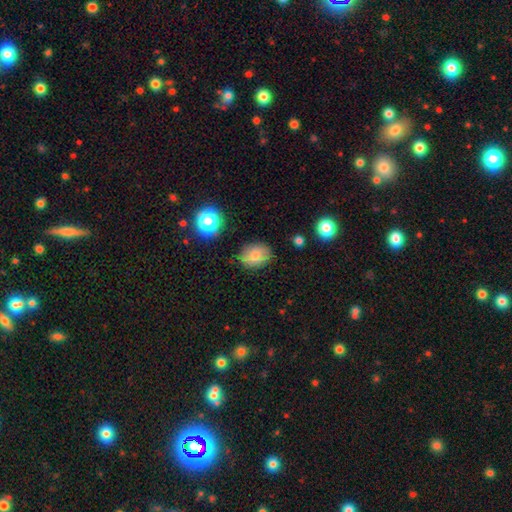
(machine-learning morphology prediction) A smooth galaxy with no disk features (80%) that is in between round and cigar-shaped (67%). Merging: none (77%).